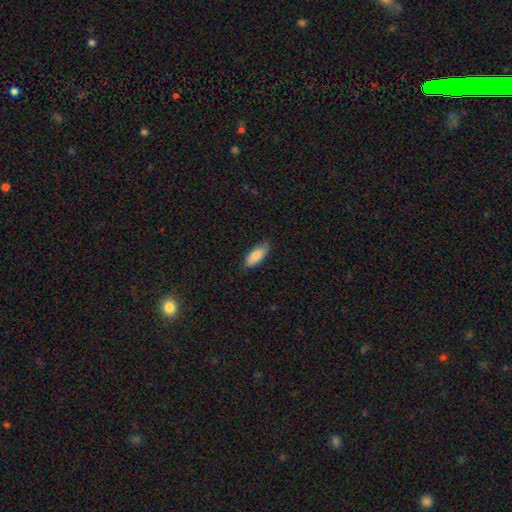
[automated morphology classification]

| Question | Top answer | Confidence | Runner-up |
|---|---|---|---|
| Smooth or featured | smooth | 84% | featured or disk (10%) |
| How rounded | in between | 80% | cigar-shaped (18%) |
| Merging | none | 79% | minor disturbance (18%) |